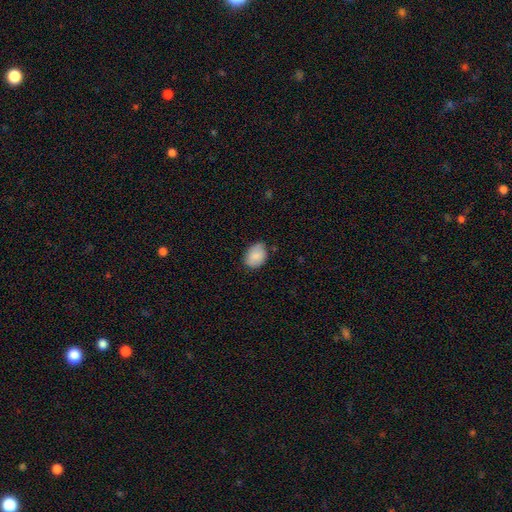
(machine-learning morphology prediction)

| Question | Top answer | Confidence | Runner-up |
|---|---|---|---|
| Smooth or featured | smooth | 84% | featured or disk (9%) |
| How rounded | in between | 73% | round (26%) |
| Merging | none | 72% | minor disturbance (23%) |